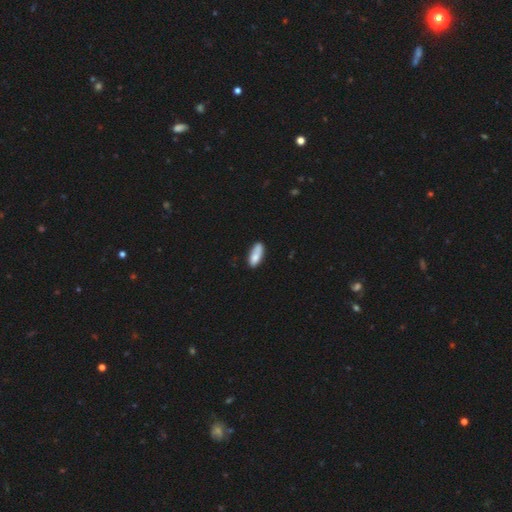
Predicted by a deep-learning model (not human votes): smooth-or-featured: smooth: 79% | featured or disk: 14% | star or artifact: 7%
  how-rounded: in between: 74% | cigar-shaped: 23% | round: 2%
  merging: none: 63% | minor disturbance: 21% | merger: 11% | major disturbance: 5%